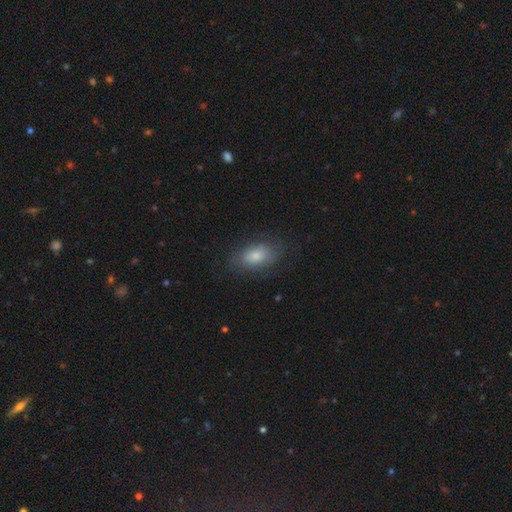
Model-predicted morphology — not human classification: Smooth or featured? smooth (69%)
How rounded? in between (88%)
Merging? none (76%)